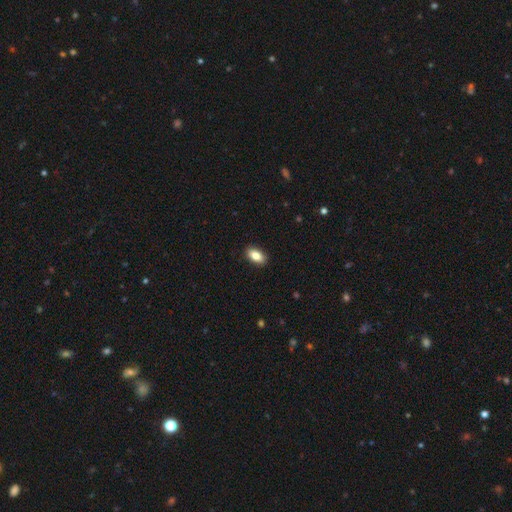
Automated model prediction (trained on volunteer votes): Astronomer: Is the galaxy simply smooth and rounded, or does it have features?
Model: smooth — 84%.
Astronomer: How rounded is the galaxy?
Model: in between — 91%.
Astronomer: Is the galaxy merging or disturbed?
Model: none — 90%.